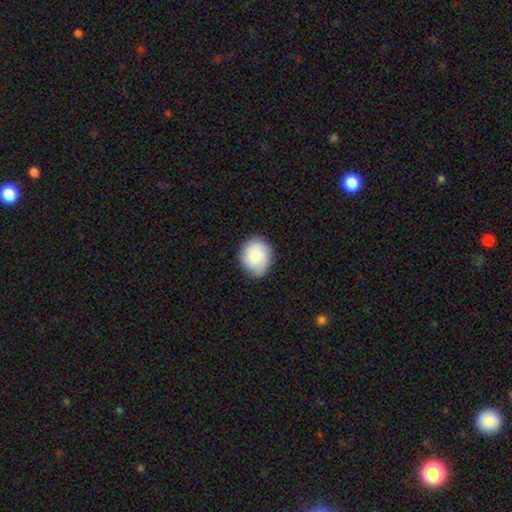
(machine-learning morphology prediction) smooth 84%, featured or disk 10%, star or artifact 6%. Down the decision tree: how rounded — round (68%); merging — none (84%).